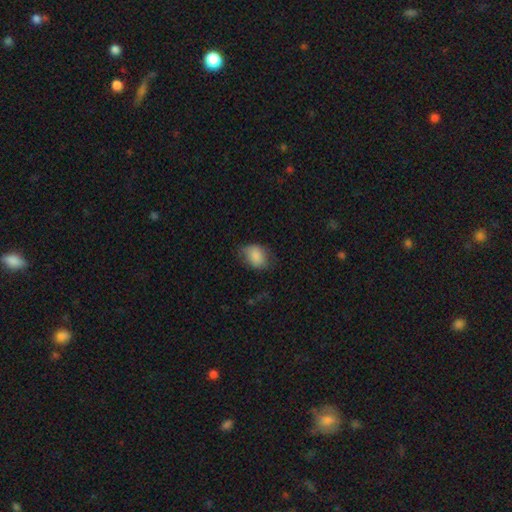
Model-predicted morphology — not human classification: Q: Smooth or featured?
A: smooth (84%); runner-up: featured or disk (9%)
Q: How rounded?
A: in between (69%); runner-up: round (30%)
Q: Merging?
A: none (59%); runner-up: minor disturbance (30%)